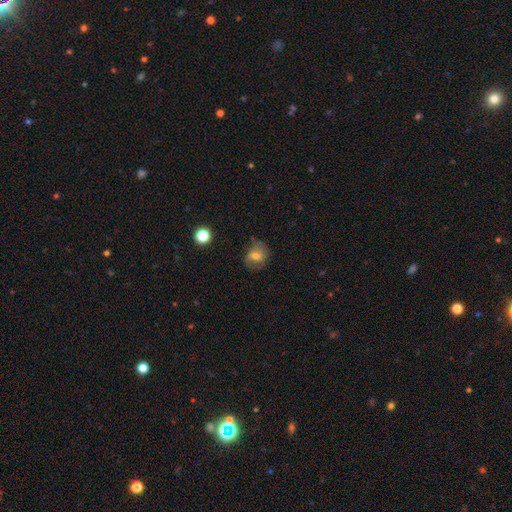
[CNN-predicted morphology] Smooth or featured?
  - smooth: 68% *
  - featured or disk: 22%
  - star or artifact: 11%
How rounded?
  - round: 63% *
  - in between: 36%
  - cigar-shaped: 1%
Merging?
  - none: 67% *
  - minor disturbance: 22%
  - major disturbance: 8%
  - merger: 2%